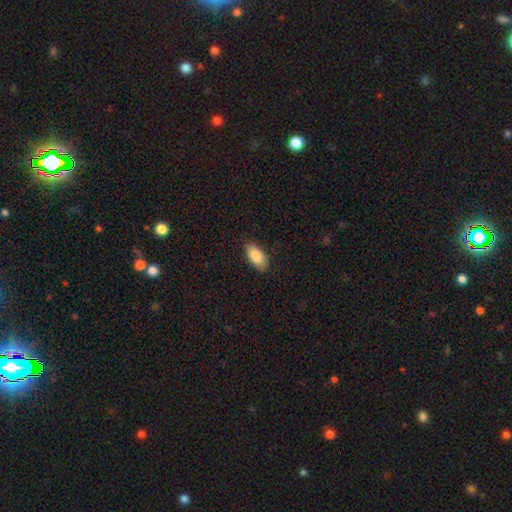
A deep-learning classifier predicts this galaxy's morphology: A smooth galaxy with no disk features (87%) that is in between round and cigar-shaped (93%). Merging: none (85%).